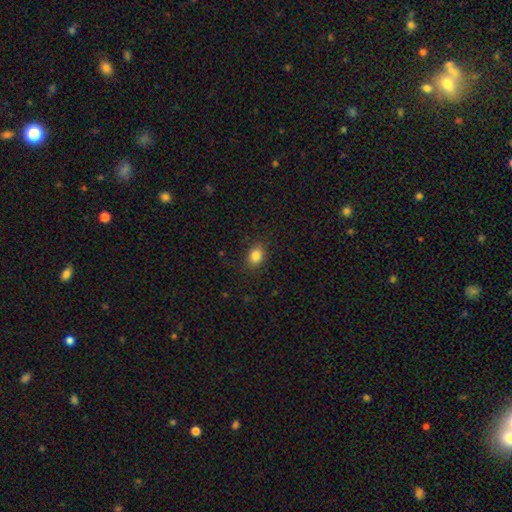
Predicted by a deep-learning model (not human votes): A smooth galaxy with no disk features (84%) that is in between round and cigar-shaped (61%).

Vote fractions:
- Smooth or featured? smooth: 84% / star or artifact: 10% / featured or disk: 6%
- How rounded? in between: 61% / round: 38% / cigar-shaped: 1%
- Merging? none: 86% / minor disturbance: 10% / major disturbance: 3% / merger: 1%